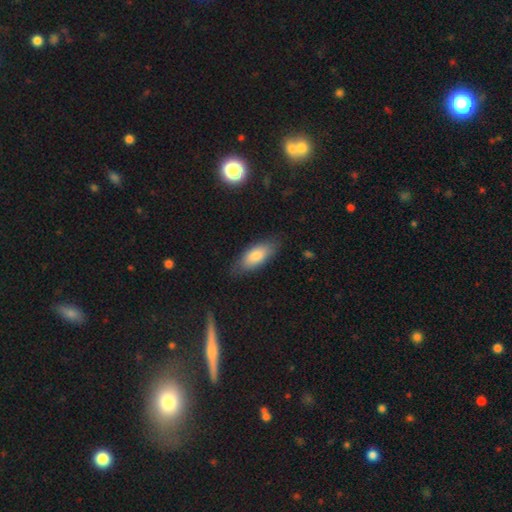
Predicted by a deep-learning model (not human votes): Morphology: type=smooth (79%); roundness=in between (79%); merging=none (79%).